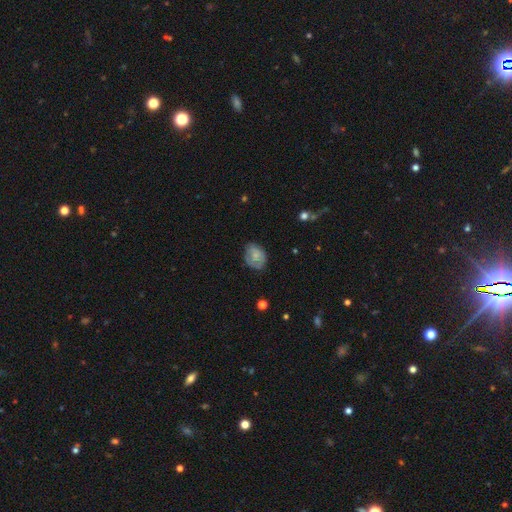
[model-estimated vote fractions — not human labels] Morphology: type=smooth (63%); roundness=in between (62%); merging=none (64%).